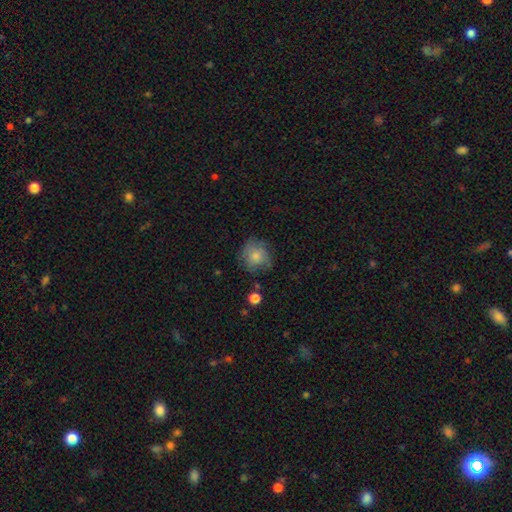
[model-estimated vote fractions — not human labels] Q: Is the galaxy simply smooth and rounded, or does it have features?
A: smooth — 76%.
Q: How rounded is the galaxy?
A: round — 83%.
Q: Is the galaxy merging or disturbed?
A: none — 65%.